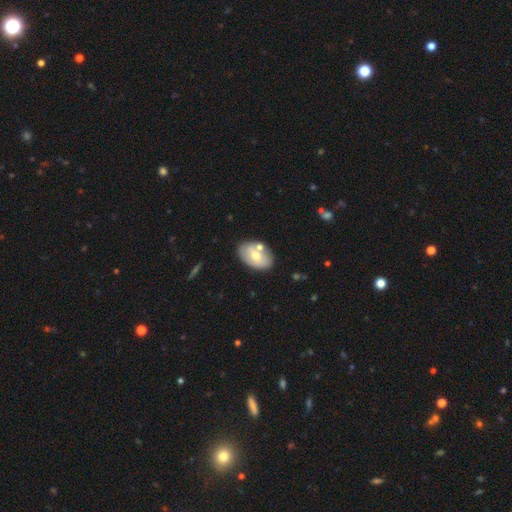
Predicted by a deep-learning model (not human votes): A smooth galaxy with no disk features (59%) that is in between round and cigar-shaped (89%).

Vote fractions:
- Smooth or featured? smooth: 59% / featured or disk: 34% / star or artifact: 7%
- How rounded? in between: 89% / round: 10% / cigar-shaped: 1%
- Merging? none: 71% / minor disturbance: 13% / merger: 13% / major disturbance: 3%